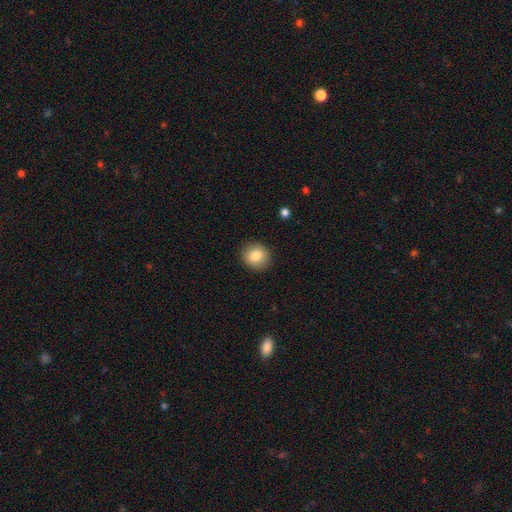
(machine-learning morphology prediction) Smooth or featured: smooth — 82% (featured or disk — 9%)
How rounded: round — 79% (in between — 20%)
Merging: none — 89% (minor disturbance — 8%)